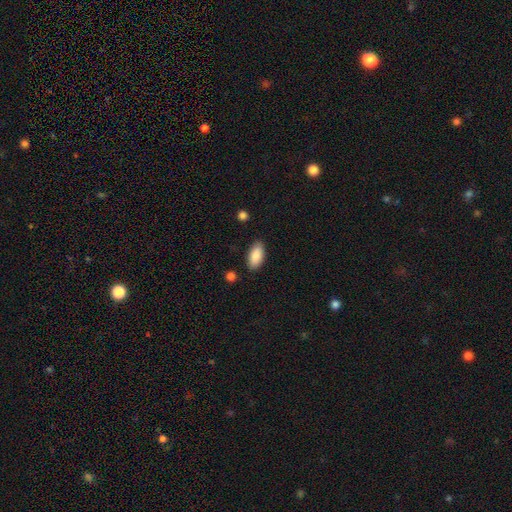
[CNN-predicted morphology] The model was most divided on "merging": none: 86%, minor disturbance: 10%, major disturbance: 2%, merger: 2%. More confident: how rounded — in between (92%); smooth or featured — smooth (87%).